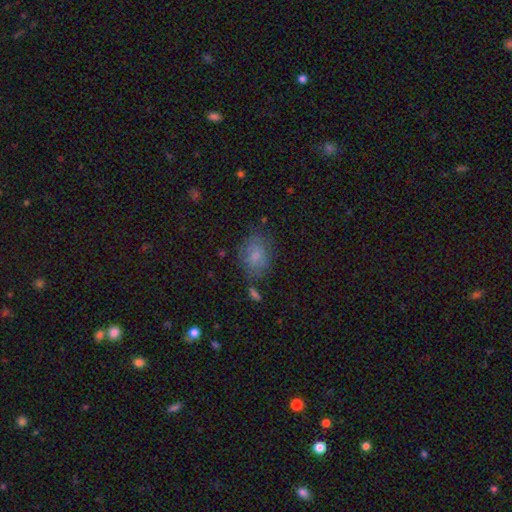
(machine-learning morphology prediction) This appears to be a smooth galaxy with no disk features (74%) that is in between round and cigar-shaped (74%). Merging: none (65%).